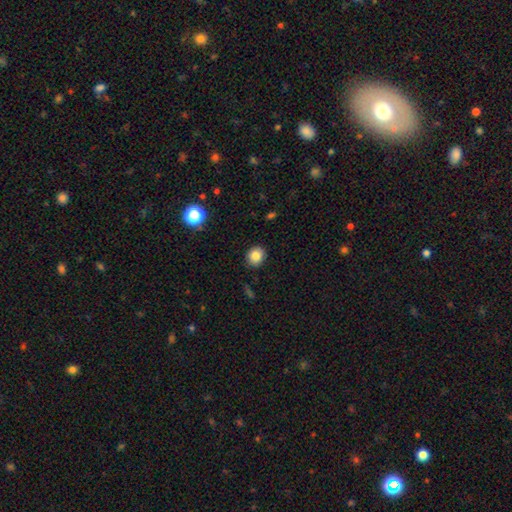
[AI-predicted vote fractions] Smooth or featured? smooth (83%)
How rounded? round (76%)
Merging? none (89%)